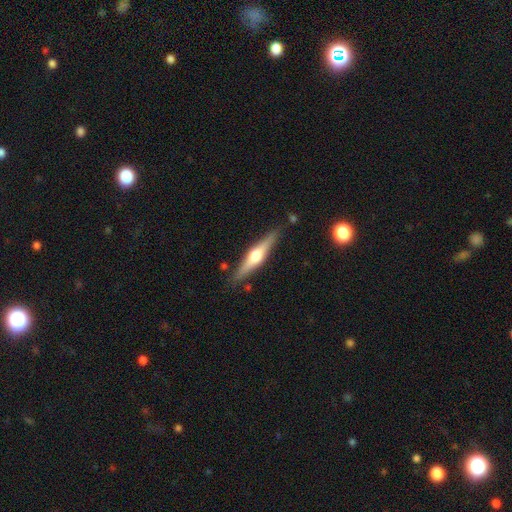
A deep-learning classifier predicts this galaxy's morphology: Smooth or featured? featured or disk (68%)
Edge-on disk? yes (96%)
Edge-on bulge? rounded (94%)
Merging? none (86%)